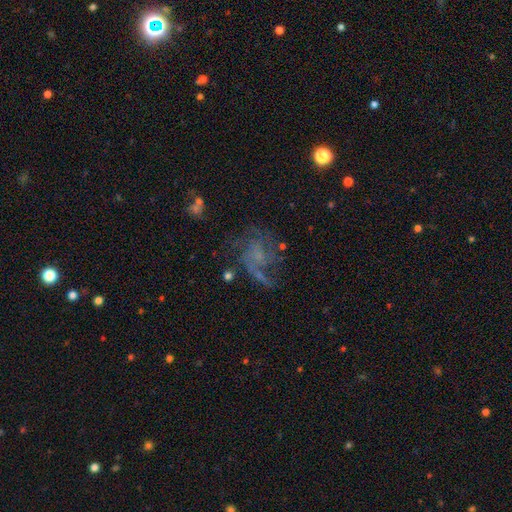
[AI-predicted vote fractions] Smooth or featured: featured or disk — 68% (smooth — 16%)
Edge-on disk: no — 98% (yes — 2%)
Bar: no — 70% (weak — 25%)
Spiral arms: yes — 79% (no — 21%)
Spiral winding: loose — 49% (medium — 37%)
Spiral arm count: 2 — 30% (can't tell — 25%)
Bulge size: none — 48% (small — 35%)
Merging: none — 45% (major disturbance — 33%)